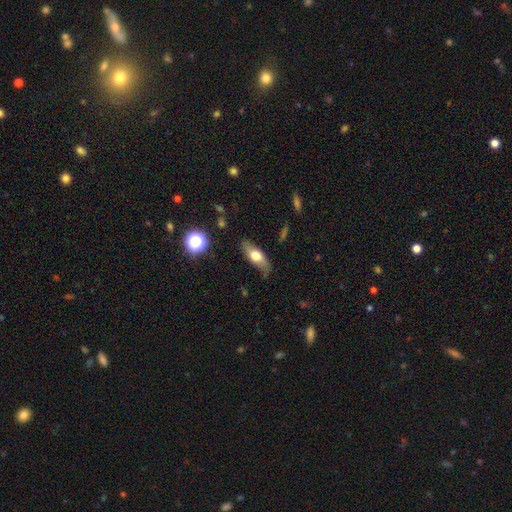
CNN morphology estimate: smooth-or-featured: smooth: 61% | featured or disk: 32% | star or artifact: 8%
  how-rounded: in between: 74% | cigar-shaped: 21% | round: 5%
  merging: none: 77% | minor disturbance: 18% | major disturbance: 4% | merger: 2%